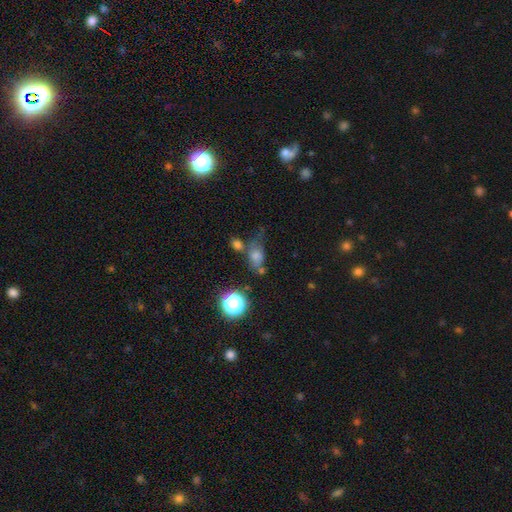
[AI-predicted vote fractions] This appears to be a smooth galaxy with no disk features (68%) that is in between round and cigar-shaped (68%). Merging: none (41%).